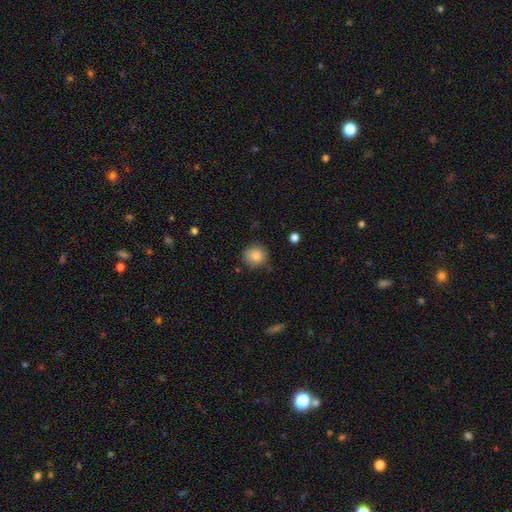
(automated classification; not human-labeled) Overall: smooth (84%). How rounded: round (90%). Merging: none (85%).